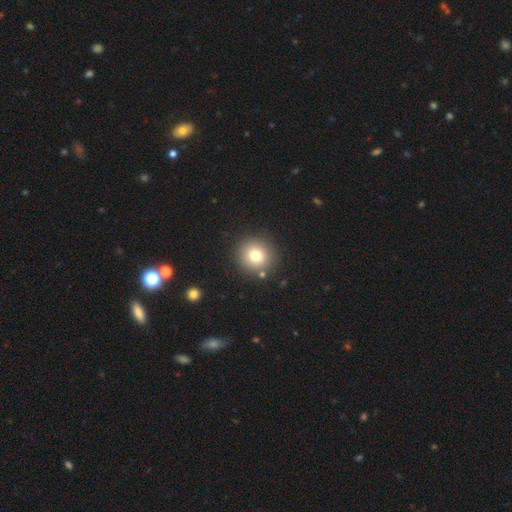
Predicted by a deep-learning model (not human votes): Smooth or featured? smooth (77%)
How rounded? round (93%)
Merging? none (86%)